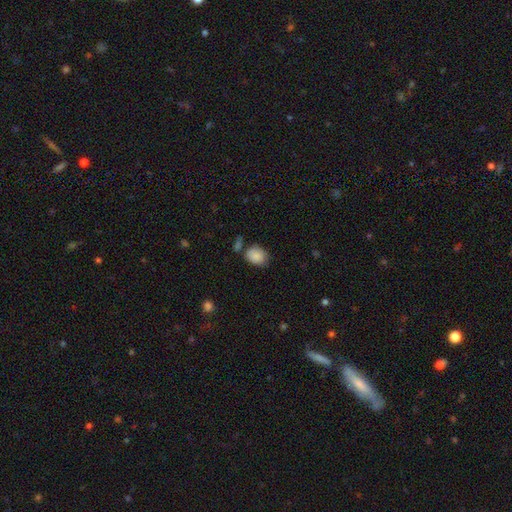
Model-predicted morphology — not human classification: Smooth or featured?
  - smooth: 87% *
  - star or artifact: 8%
  - featured or disk: 5%
How rounded?
  - in between: 58% *
  - round: 41%
  - cigar-shaped: 1%
Merging?
  - none: 65% *
  - minor disturbance: 21%
  - merger: 9%
  - major disturbance: 5%